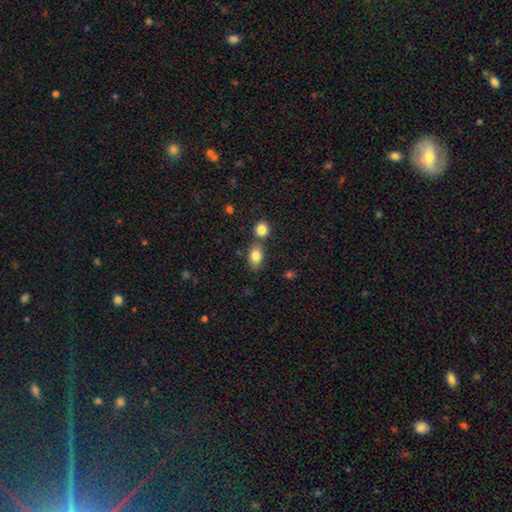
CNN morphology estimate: The model was most divided on "merging": none: 65%, merger: 20%, minor disturbance: 12%, major disturbance: 3%. More confident: smooth or featured — smooth (83%); how rounded — in between (76%).